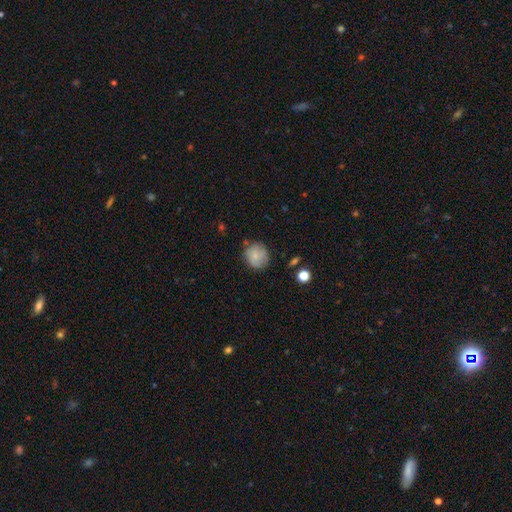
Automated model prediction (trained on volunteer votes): smooth 71%, featured or disk 21%, star or artifact 8%. Down the decision tree: how rounded — round (85%); merging — none (73%).